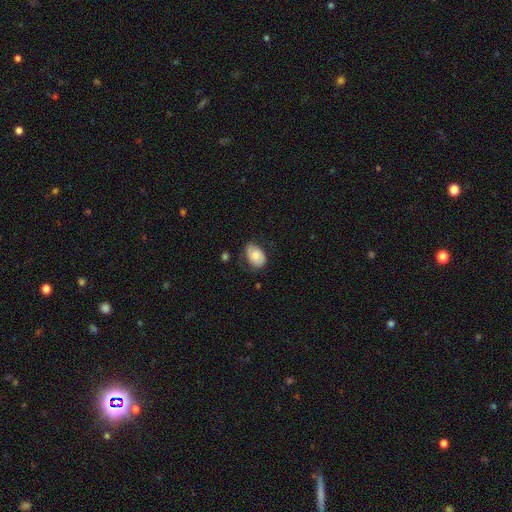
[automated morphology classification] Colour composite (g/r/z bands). It shows a smooth galaxy with no disk features (74%) that is in between round and cigar-shaped (88%). Merging: none (66%).